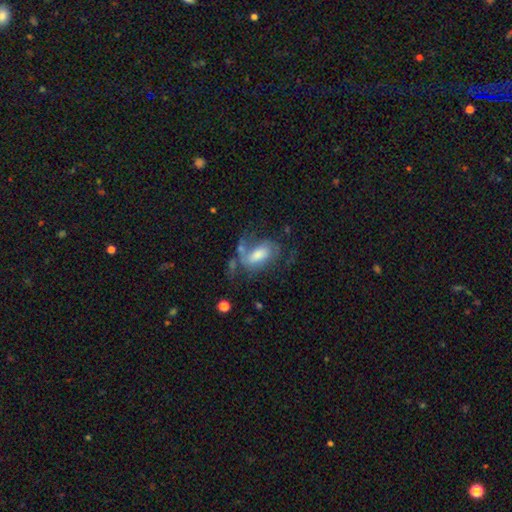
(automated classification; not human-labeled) This appears to be a featured or disk galaxy (54%) with no bar (45%), spiral arms (77%) and a moderate central bulge (45%). Merging: none (37%).